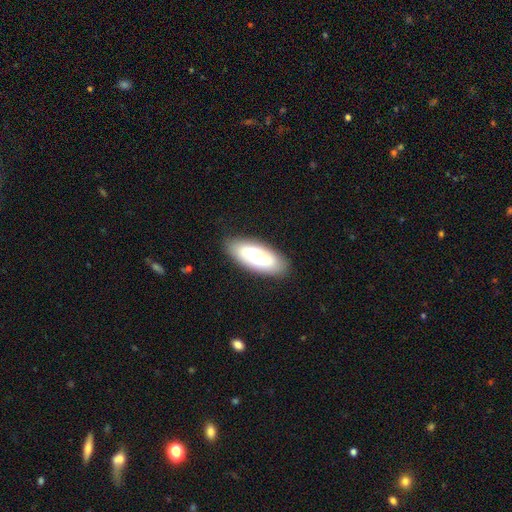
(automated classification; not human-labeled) Q: Smooth or featured?
A: featured or disk (50%); runner-up: smooth (44%)
Q: Edge-on disk?
A: no (90%); runner-up: yes (10%)
Q: Merging?
A: none (85%); runner-up: minor disturbance (11%)